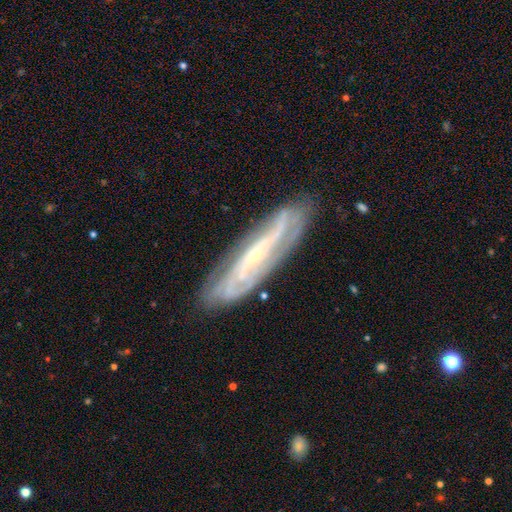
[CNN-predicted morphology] This is clearly a featured or disk galaxy (81%). It is likely not viewed edge-on (71%). Bar: marginally no (39%). Spiral arm pattern: clearly yes (90%). Spiral arm count: possibly 2 (48%). Spiral winding: possibly tight (46%). Central bulge: likely small (77%). Merging: clearly none (80%).